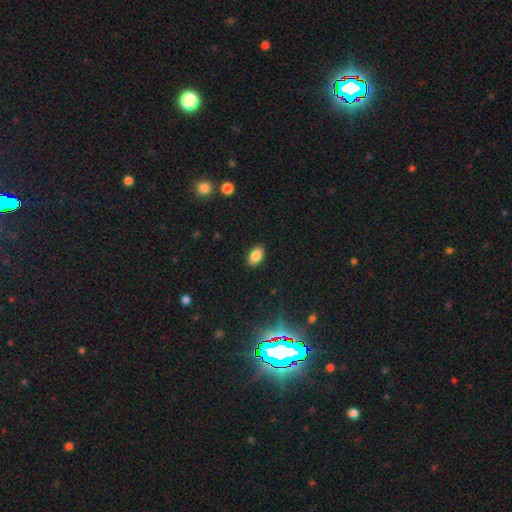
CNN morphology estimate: This is clearly a smooth galaxy (85%). How rounded: clearly in between (89%). Merging: clearly none (89%).